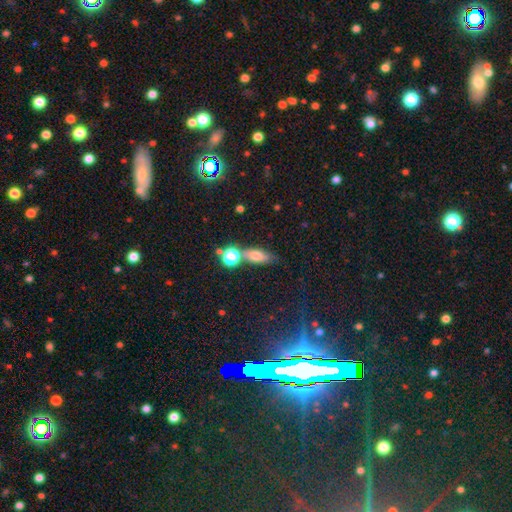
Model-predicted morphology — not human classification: A smooth galaxy with no disk features (69%) that is in between round and cigar-shaped (62%).

Vote fractions:
- Smooth or featured? smooth: 69% / featured or disk: 16% / star or artifact: 15%
- How rounded? in between: 62% / cigar-shaped: 25% / round: 14%
- Merging? none: 62% / merger: 19% / minor disturbance: 14% / major disturbance: 5%